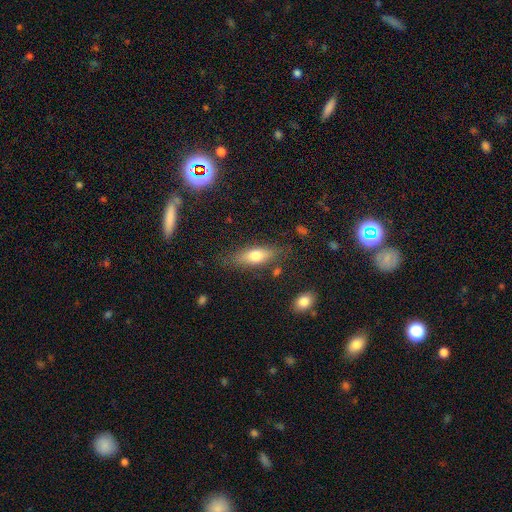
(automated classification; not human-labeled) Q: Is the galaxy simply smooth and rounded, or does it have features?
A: smooth — 66%.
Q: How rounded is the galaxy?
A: in between — 62%.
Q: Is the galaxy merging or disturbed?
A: none — 78%.